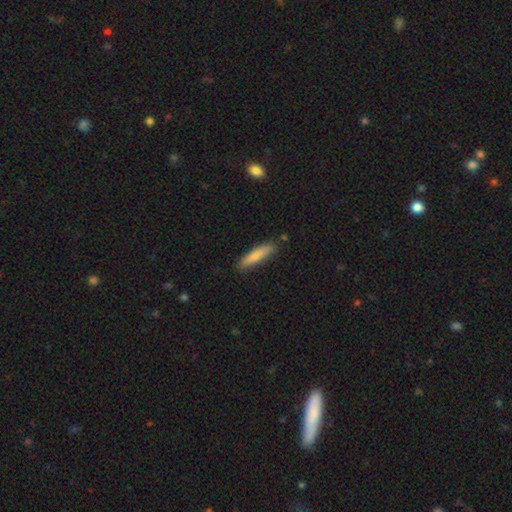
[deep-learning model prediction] Smooth or featured: smooth — 79% (featured or disk — 15%)
How rounded: cigar-shaped — 79% (in between — 20%)
Merging: none — 84% (minor disturbance — 12%)